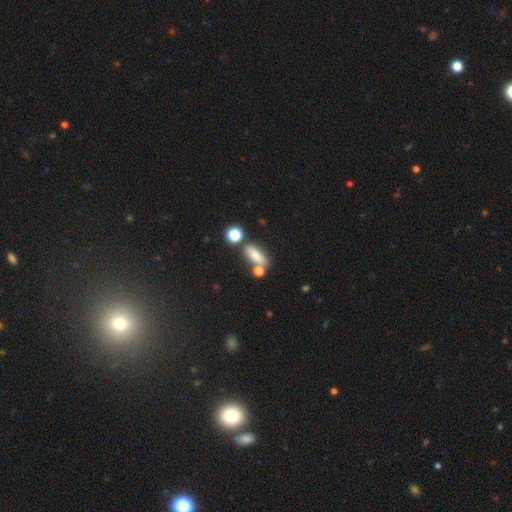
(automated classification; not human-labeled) Smooth or featured: smooth — 77% (featured or disk — 13%)
How rounded: in between — 70% (cigar-shaped — 21%)
Merging: none — 62% (merger — 19%)